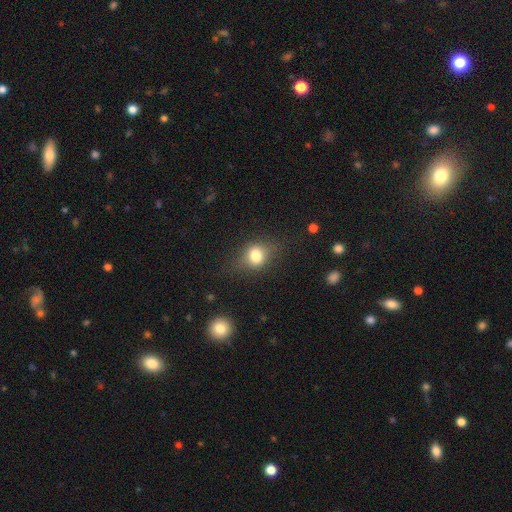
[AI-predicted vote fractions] Q: Smooth or featured?
A: smooth (74%); runner-up: featured or disk (15%)
Q: How rounded?
A: round (51%); runner-up: in between (47%)
Q: Merging?
A: none (69%); runner-up: minor disturbance (20%)